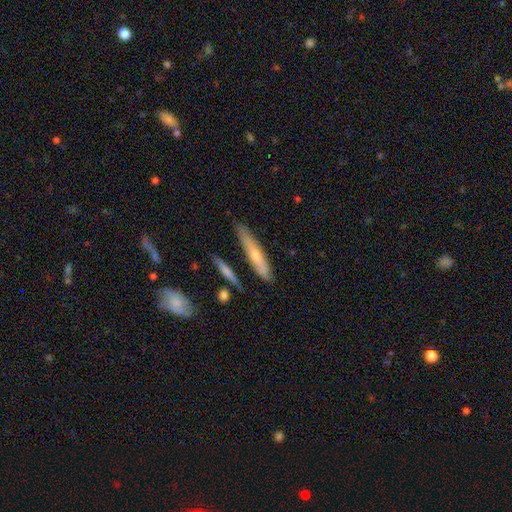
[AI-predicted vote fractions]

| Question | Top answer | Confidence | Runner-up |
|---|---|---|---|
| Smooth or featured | featured or disk | 48% | smooth (46%) |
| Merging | none | 77% | minor disturbance (15%) |